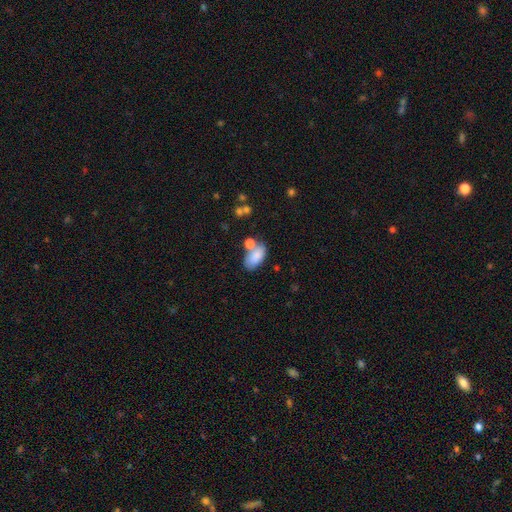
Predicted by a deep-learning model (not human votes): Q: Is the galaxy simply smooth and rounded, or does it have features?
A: smooth — 80%.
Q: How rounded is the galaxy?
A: in between — 93%.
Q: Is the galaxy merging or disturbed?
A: none — 48%.